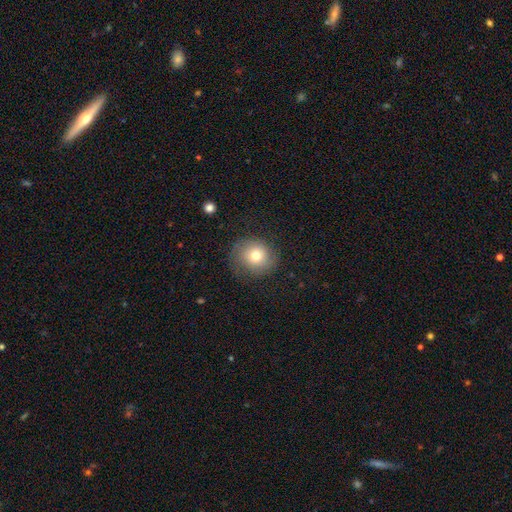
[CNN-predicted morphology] Smooth or featured? smooth (69%)
How rounded? round (86%)
Merging? none (74%)